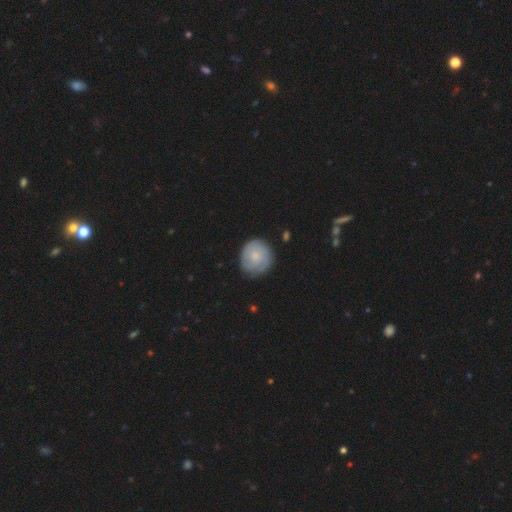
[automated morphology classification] Q: Smooth or featured?
A: smooth (57%); runner-up: featured or disk (37%)
Q: How rounded?
A: round (90%); runner-up: in between (9%)
Q: Merging?
A: none (80%); runner-up: minor disturbance (15%)